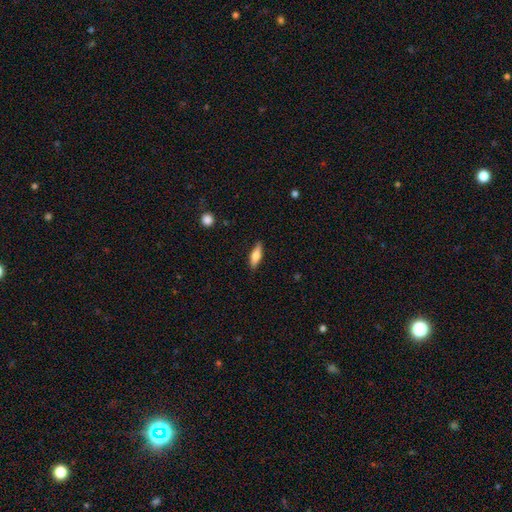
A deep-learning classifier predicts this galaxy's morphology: This appears to be a smooth galaxy with no disk features (61%) that is in between round and cigar-shaped (49%). Merging: none (87%).